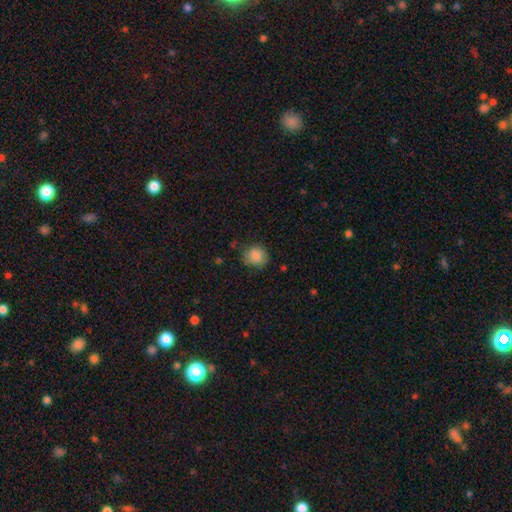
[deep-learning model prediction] Smooth or featured?
  - smooth: 84% *
  - star or artifact: 8%
  - featured or disk: 8%
How rounded?
  - round: 80% *
  - in between: 19%
  - cigar-shaped: 1%
Merging?
  - none: 73% *
  - minor disturbance: 21%
  - major disturbance: 5%
  - merger: 1%